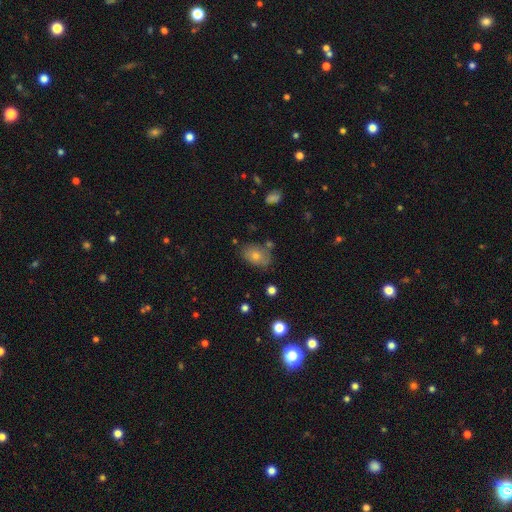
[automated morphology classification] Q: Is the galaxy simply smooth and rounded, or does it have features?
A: smooth — 67%.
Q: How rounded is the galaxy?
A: in between — 78%.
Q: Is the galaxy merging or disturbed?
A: none — 74%.